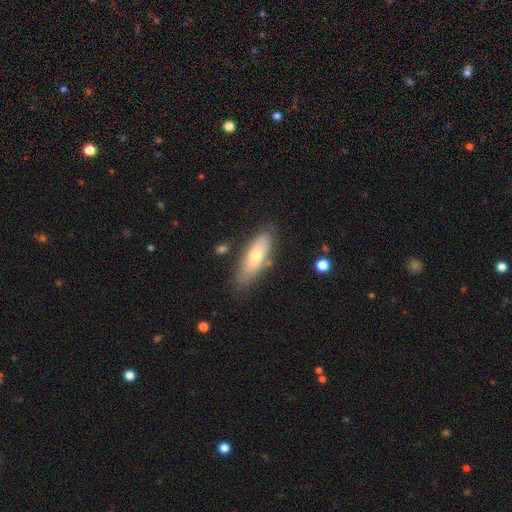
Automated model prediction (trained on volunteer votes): A smooth galaxy with no disk features (62%) that is in between round and cigar-shaped (62%). Merging: none (76%).